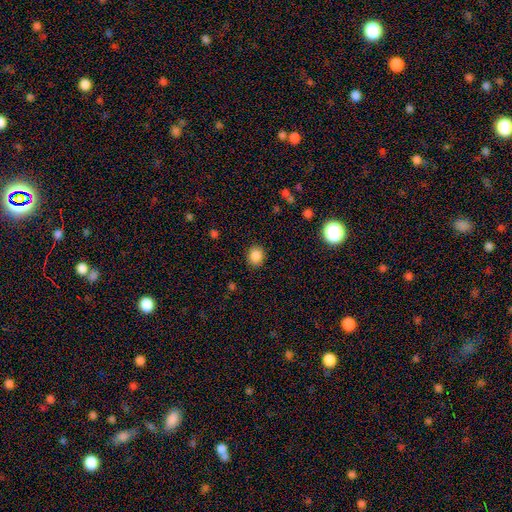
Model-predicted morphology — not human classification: smooth-or-featured: smooth: 86% | star or artifact: 11% | featured or disk: 4%
  how-rounded: round: 69% | in between: 30% | cigar-shaped: 1%
  merging: none: 89% | minor disturbance: 8% | major disturbance: 2% | merger: 1%